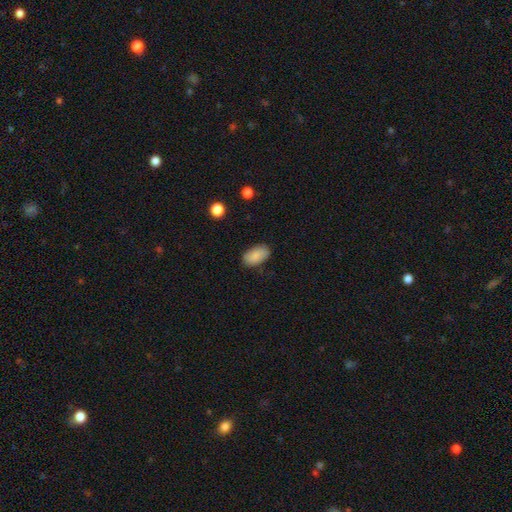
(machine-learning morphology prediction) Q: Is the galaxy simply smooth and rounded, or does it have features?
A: smooth — 85%.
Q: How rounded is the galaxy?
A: in between — 93%.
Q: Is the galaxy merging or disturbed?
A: none — 83%.